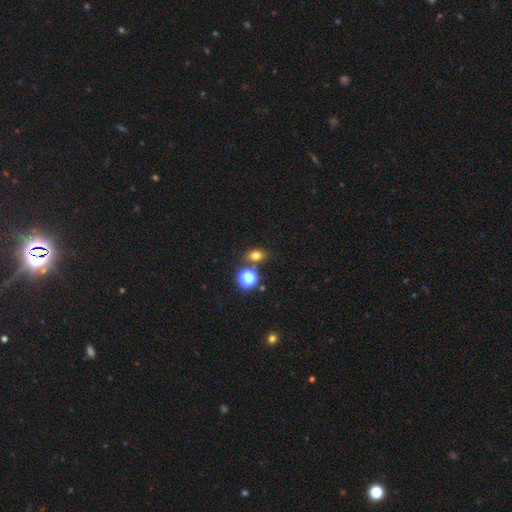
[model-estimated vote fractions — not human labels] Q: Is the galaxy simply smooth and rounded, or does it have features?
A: smooth — 72%.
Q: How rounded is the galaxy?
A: in between — 57%.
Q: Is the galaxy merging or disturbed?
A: none — 73%.